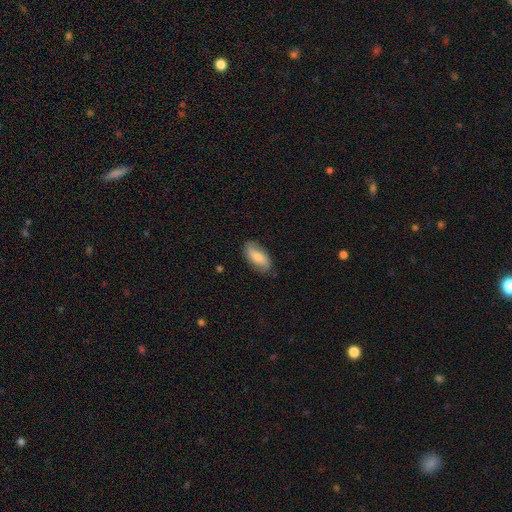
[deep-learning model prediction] Smooth or featured?
  - smooth: 66% *
  - featured or disk: 28%
  - star or artifact: 6%
How rounded?
  - in between: 88% *
  - cigar-shaped: 9%
  - round: 3%
Merging?
  - none: 81% *
  - minor disturbance: 15%
  - major disturbance: 3%
  - merger: 1%